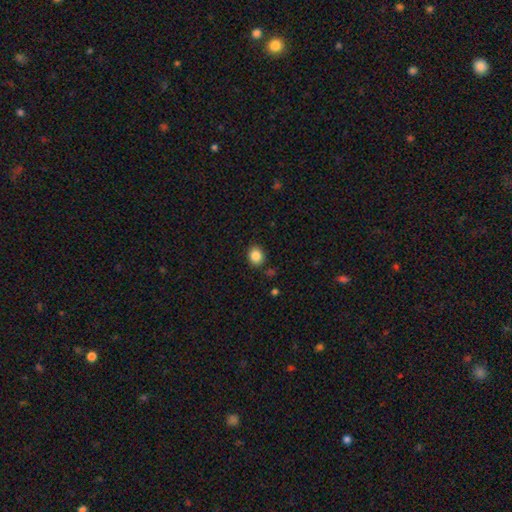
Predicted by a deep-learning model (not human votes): smooth 86%, star or artifact 10%, featured or disk 4%. Down the decision tree: how rounded — round (64%); merging — none (87%).